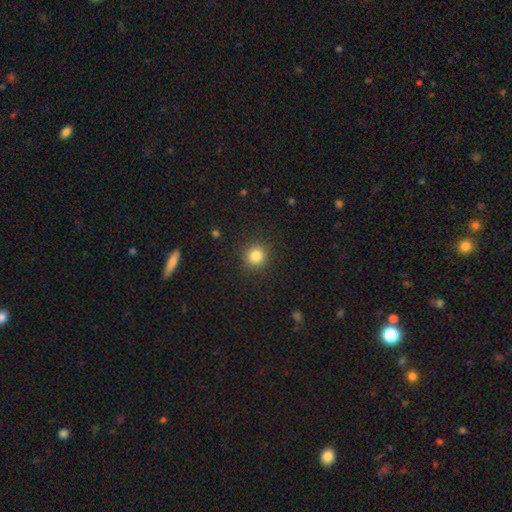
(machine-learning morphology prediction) A smooth galaxy with no disk features (84%) that is round (93%). Merging: none (91%).